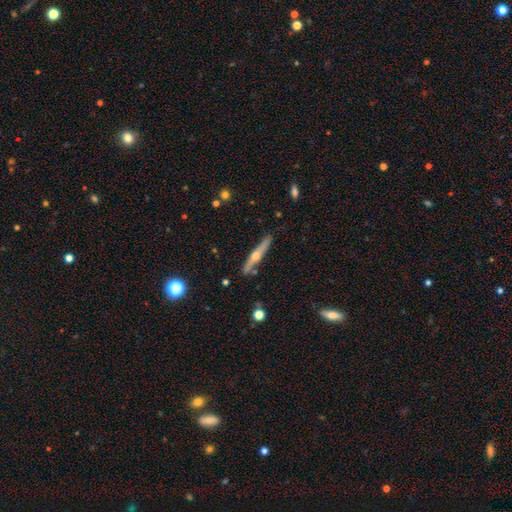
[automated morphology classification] This is likely a featured or disk galaxy (69%). It is clearly viewed edge-on (96%). Edge-on bulge: clearly rounded (92%). Merging: clearly none (86%).